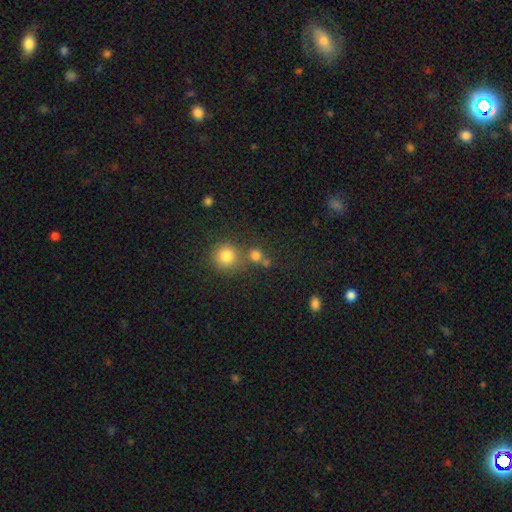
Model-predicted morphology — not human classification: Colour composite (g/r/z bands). It shows a smooth galaxy with no disk features (74%) that is round (87%). Merging: none (60%).